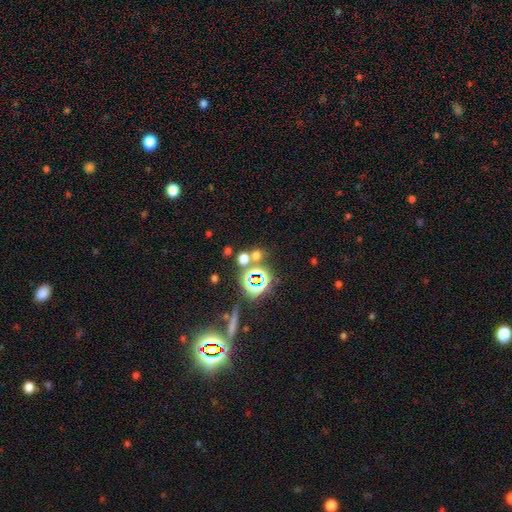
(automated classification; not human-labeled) smooth 50%, star or artifact 42%, featured or disk 8%. Down the decision tree: how rounded — round (79%); merging — none (67%).